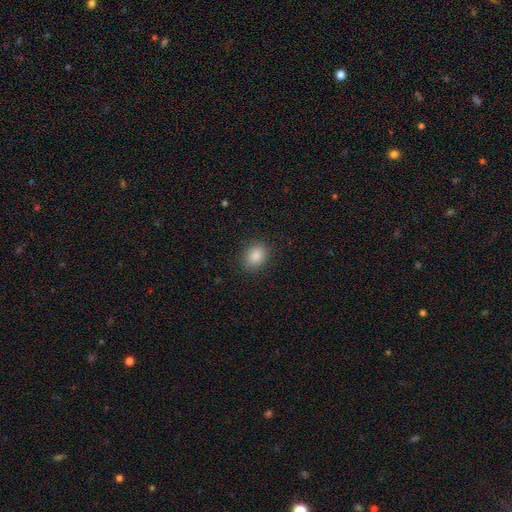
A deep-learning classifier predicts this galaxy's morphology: smooth 87%, star or artifact 9%, featured or disk 4%. Down the decision tree: how rounded — in between (54%); merging — none (87%).